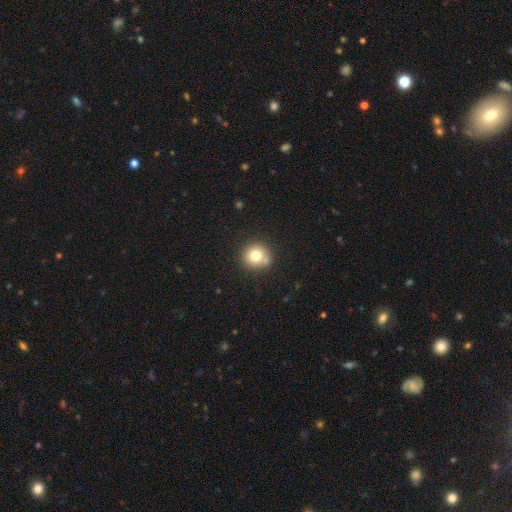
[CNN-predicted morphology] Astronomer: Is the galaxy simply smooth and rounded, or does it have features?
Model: smooth — 76%.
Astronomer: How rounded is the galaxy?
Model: round — 91%.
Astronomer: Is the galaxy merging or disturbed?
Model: none — 75%.